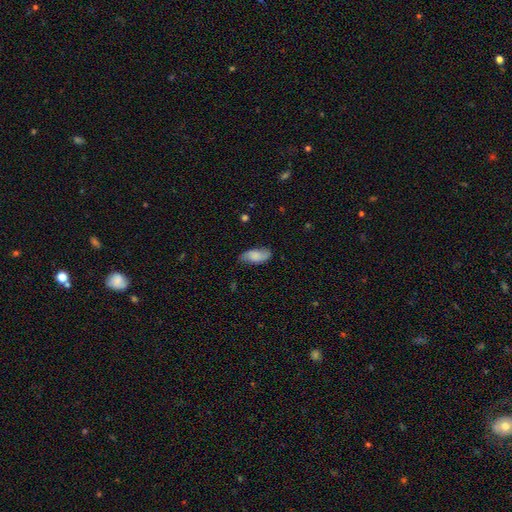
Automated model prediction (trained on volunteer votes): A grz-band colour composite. It shows a smooth galaxy with no disk features (61%) that is in between round and cigar-shaped (87%). Merging: none (74%).